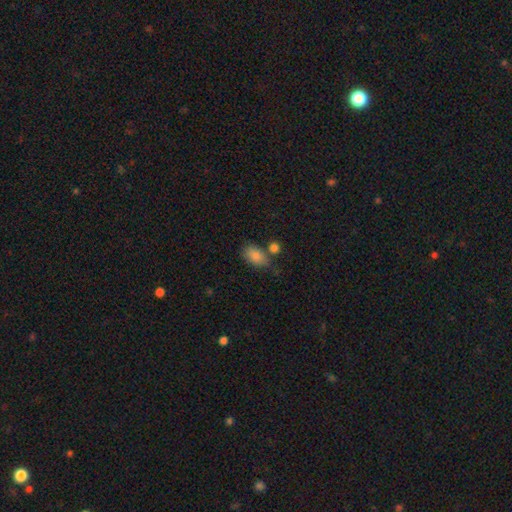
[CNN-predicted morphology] smooth_or_featured: smooth (p=0.84) [alt: star or artifact p=0.08]
how_rounded: in between (p=0.88) [alt: round p=0.10]
merging: none (p=0.59) [alt: minor disturbance p=0.19]